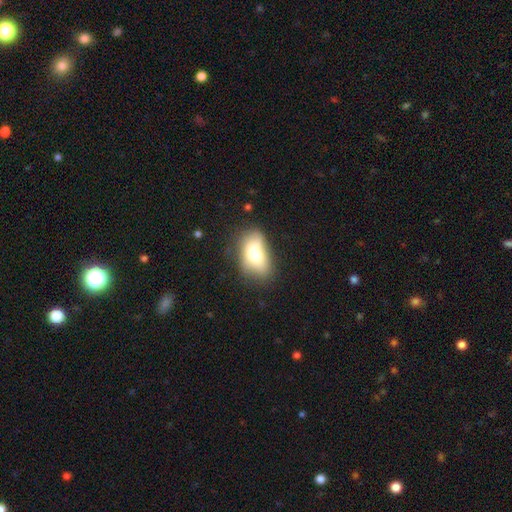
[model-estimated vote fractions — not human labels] A smooth galaxy with no disk features (65%) that is in between round and cigar-shaped (85%).

Vote fractions:
- Smooth or featured? smooth: 65% / featured or disk: 26% / star or artifact: 9%
- How rounded? in between: 85% / round: 12% / cigar-shaped: 3%
- Merging? none: 37% / merger: 31% / minor disturbance: 21% / major disturbance: 11%